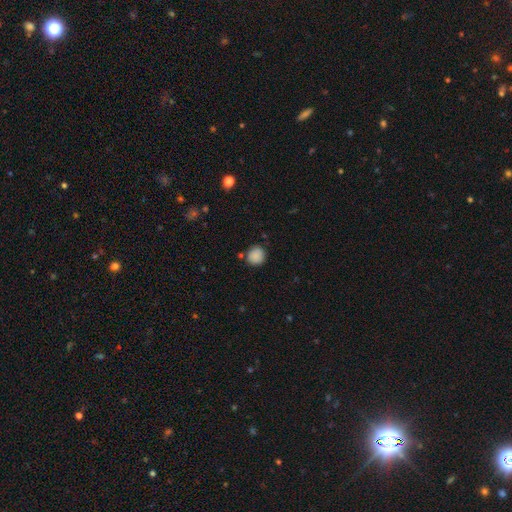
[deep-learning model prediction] smooth-or-featured: smooth: 88% | star or artifact: 9% | featured or disk: 3%
  how-rounded: round: 90% | in between: 9% | cigar-shaped: 1%
  merging: none: 81% | minor disturbance: 12% | merger: 4% | major disturbance: 3%